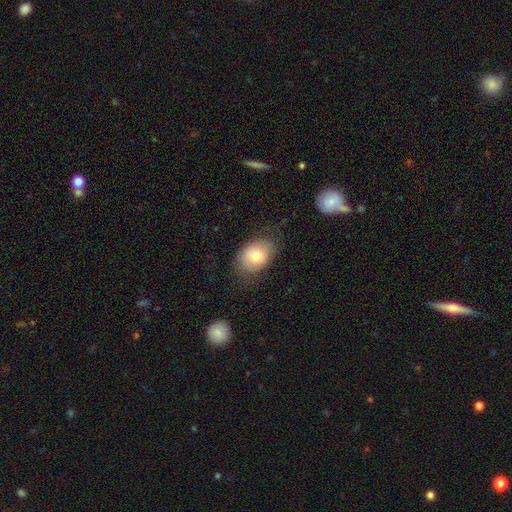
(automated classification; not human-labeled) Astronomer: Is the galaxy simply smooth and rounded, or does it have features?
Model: smooth — 75%.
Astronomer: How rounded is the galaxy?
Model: in between — 75%.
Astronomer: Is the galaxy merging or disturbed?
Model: none — 70%.